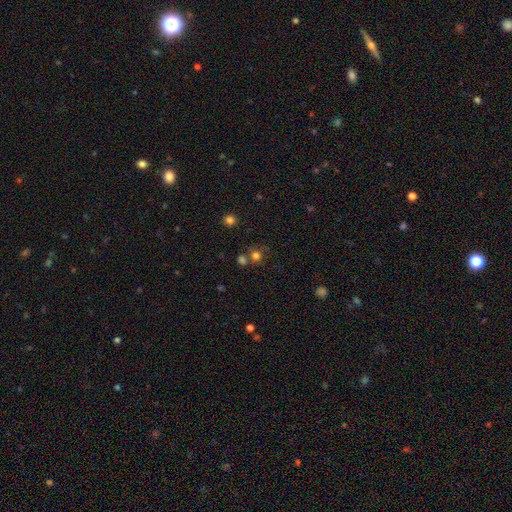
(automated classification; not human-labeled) smooth_or_featured: smooth (p=0.72) [alt: star or artifact p=0.20]
how_rounded: round (p=0.87) [alt: in between p=0.12]
merging: none (p=0.61) [alt: merger p=0.24]